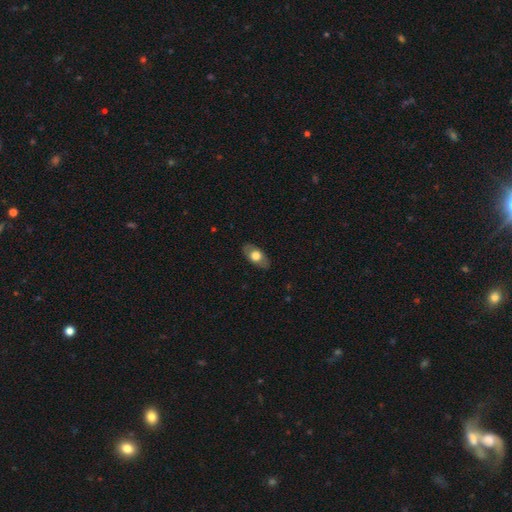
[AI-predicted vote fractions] Smooth or featured? smooth (62%)
How rounded? in between (88%)
Merging? none (82%)